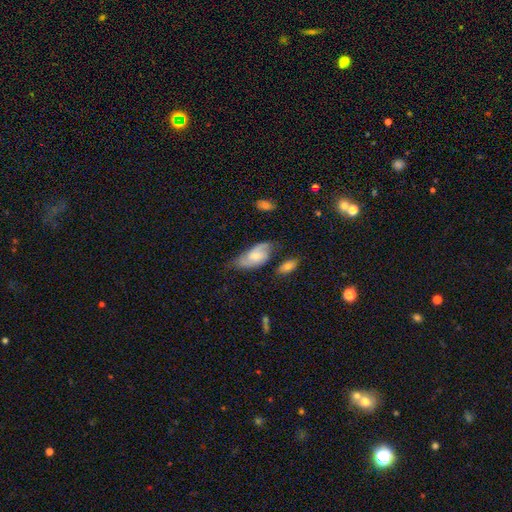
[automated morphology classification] smooth 47%, featured or disk 46%, star or artifact 7%. Down the decision tree: merging — none (53%).